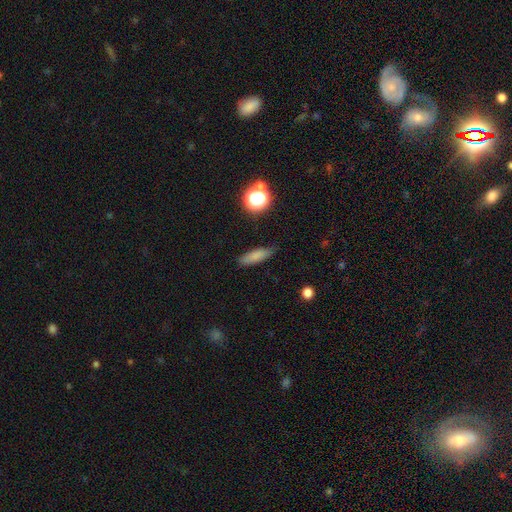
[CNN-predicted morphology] Smooth or featured? smooth (78%)
How rounded? cigar-shaped (56%)
Merging? none (78%)